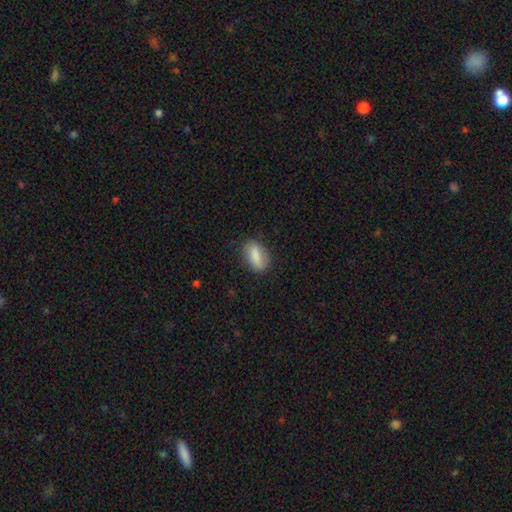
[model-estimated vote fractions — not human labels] smooth 81%, featured or disk 12%, star or artifact 7%. Down the decision tree: how rounded — in between (82%); merging — none (77%).